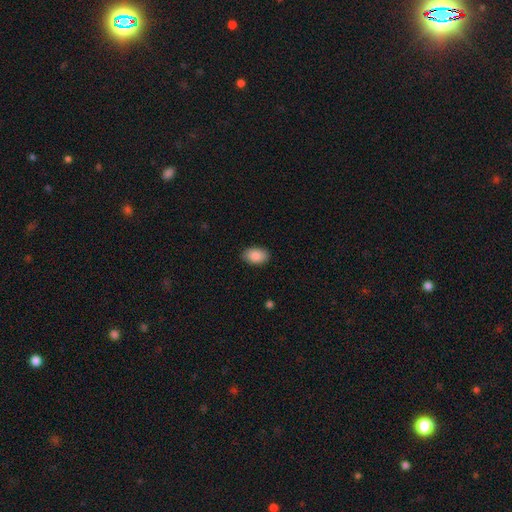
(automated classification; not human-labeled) smooth 89%, star or artifact 7%, featured or disk 5%. Down the decision tree: how rounded — in between (91%); merging — none (87%).